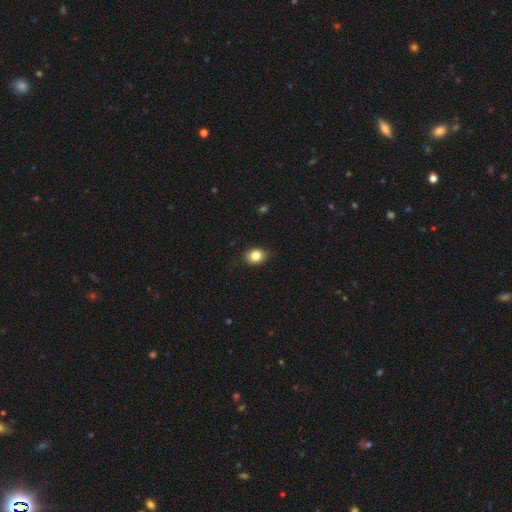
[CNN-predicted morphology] The model was most divided on "how rounded": in between: 51%, round: 48%, cigar-shaped: 1%. More confident: merging — none (85%); smooth or featured — smooth (84%).